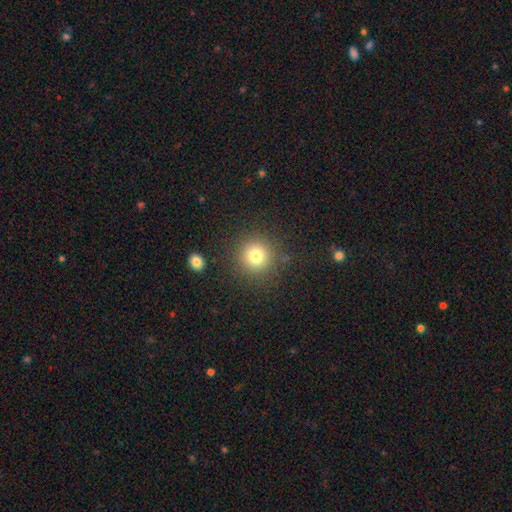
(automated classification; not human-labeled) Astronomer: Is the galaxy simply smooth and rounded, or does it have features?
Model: smooth — 78%.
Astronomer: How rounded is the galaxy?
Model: round — 94%.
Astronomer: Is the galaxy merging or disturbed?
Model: none — 87%.